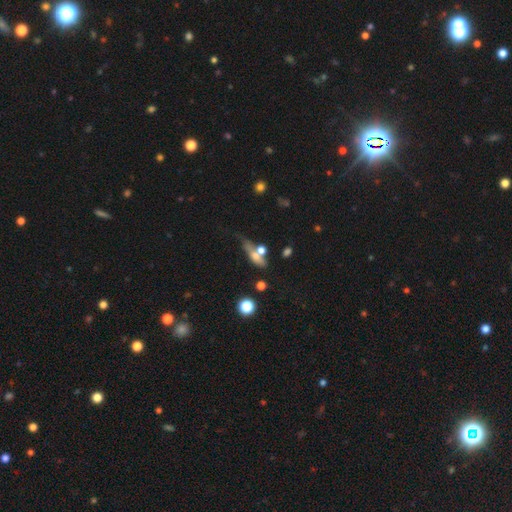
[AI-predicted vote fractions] smooth-or-featured: smooth: 55% | featured or disk: 35% | star or artifact: 11%
  how-rounded: cigar-shaped: 52% | in between: 39% | round: 9%
  merging: none: 44% | merger: 26% | minor disturbance: 19% | major disturbance: 10%